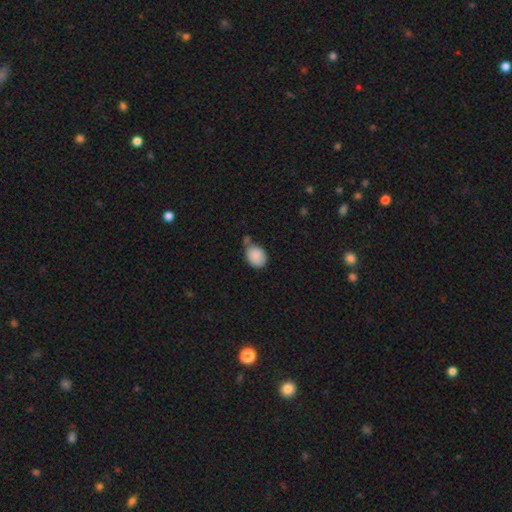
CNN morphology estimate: Smooth or featured: smooth — 88% (star or artifact — 7%)
How rounded: in between — 61% (round — 38%)
Merging: none — 51% (minor disturbance — 23%)